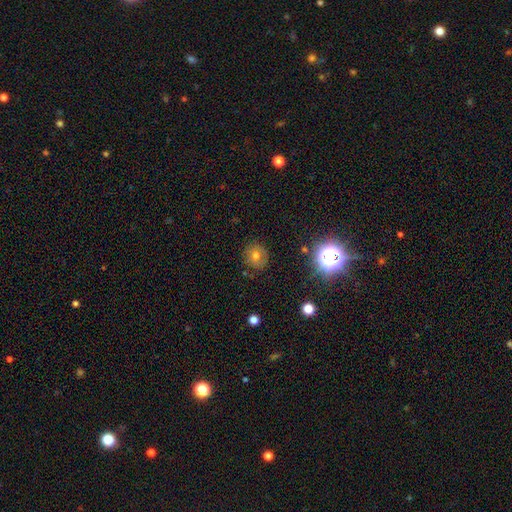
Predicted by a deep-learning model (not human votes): smooth-or-featured: smooth: 64% | star or artifact: 20% | featured or disk: 16%
  how-rounded: round: 84% | in between: 15% | cigar-shaped: 1%
  merging: none: 86% | minor disturbance: 10% | major disturbance: 3% | merger: 1%